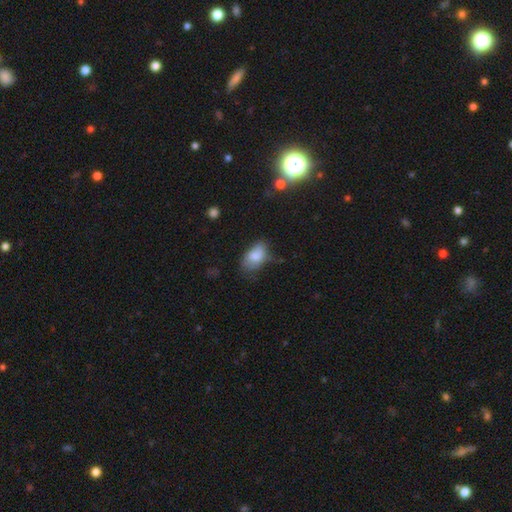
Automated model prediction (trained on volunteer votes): smooth_or_featured: smooth (p=0.81) [alt: featured or disk p=0.11]
how_rounded: in between (p=0.90) [alt: round p=0.08]
merging: none (p=0.50) [alt: minor disturbance p=0.35]